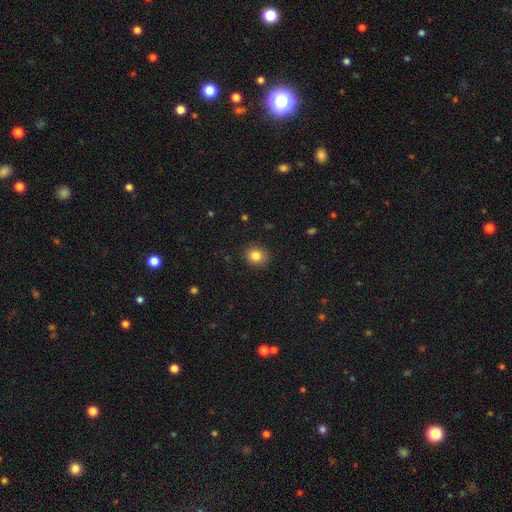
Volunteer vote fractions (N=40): A smooth galaxy with no disk features (78%) that is round (84%).

Vote fractions:
- Smooth or featured? smooth: 78% / star or artifact: 12% / featured or disk: 10%
- How rounded? round: 84% / in between: 16% / cigar-shaped: 0%
- Merging? none: 97% / major disturbance: 3% / minor disturbance: 0% / merger: 0%